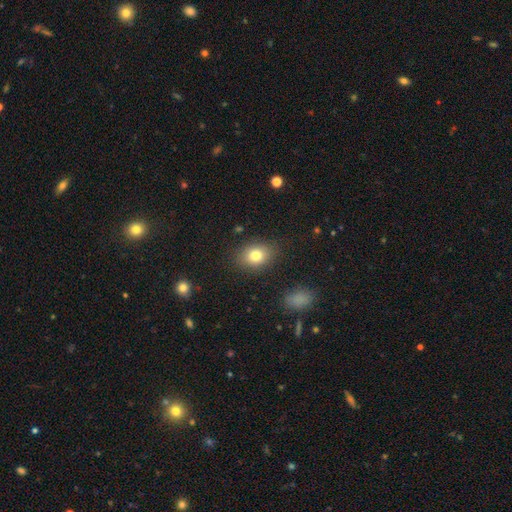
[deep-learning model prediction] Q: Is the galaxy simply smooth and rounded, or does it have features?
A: smooth — 79%.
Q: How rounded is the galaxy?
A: in between — 62%.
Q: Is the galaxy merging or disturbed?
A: none — 83%.